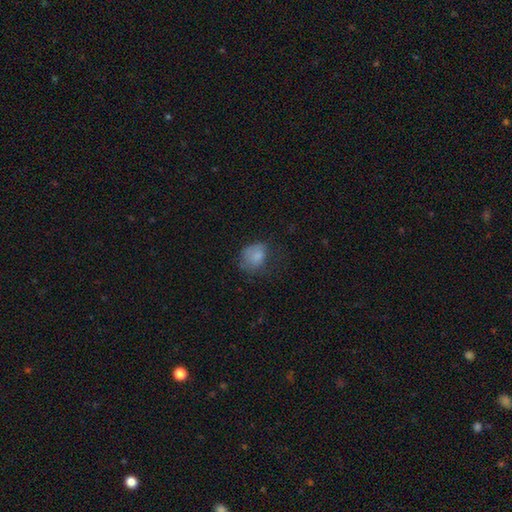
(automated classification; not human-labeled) Overall: smooth (74%). How rounded: in between (53%; round 46%). Merging: none (43%; minor disturbance 30%).